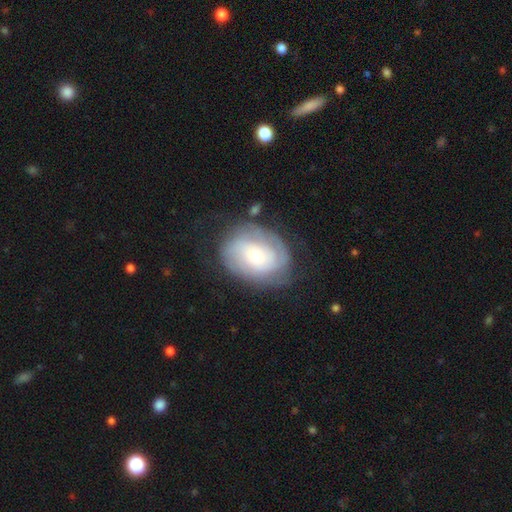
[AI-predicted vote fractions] featured or disk 71%, smooth 22%, star or artifact 7%. Down the decision tree: edge-on disk — no (96%); bar — no (67%); spiral arms — yes (87%); spiral arm count — can't tell (37%); spiral winding — tight (63%); bulge size — moderate (48%); merging — none (70%).